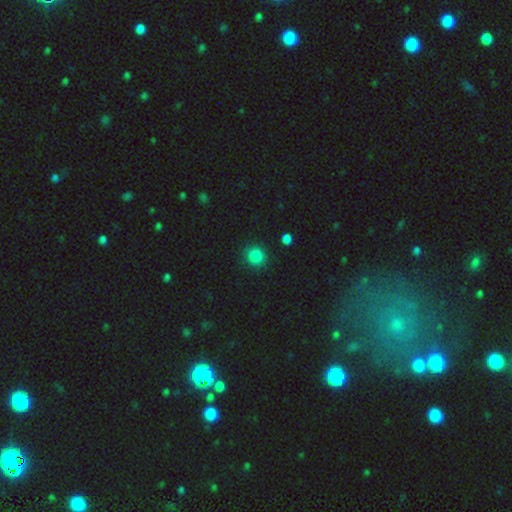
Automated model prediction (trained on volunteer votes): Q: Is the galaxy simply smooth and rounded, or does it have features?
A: smooth — 85%.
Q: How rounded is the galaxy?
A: round — 90%.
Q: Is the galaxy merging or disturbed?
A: none — 89%.